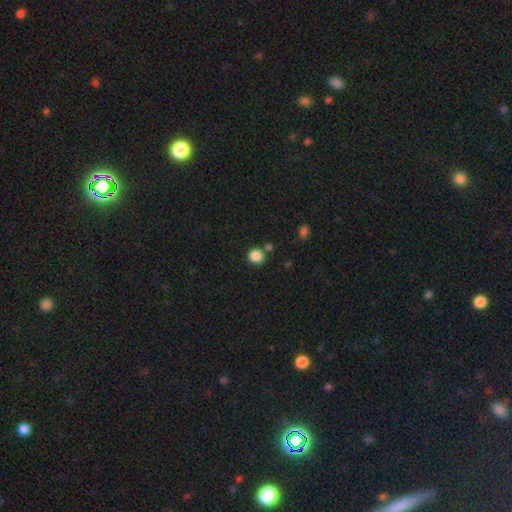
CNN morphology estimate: Q: Smooth or featured?
A: smooth (86%); runner-up: star or artifact (11%)
Q: How rounded?
A: round (91%); runner-up: in between (8%)
Q: Merging?
A: none (78%); runner-up: merger (11%)